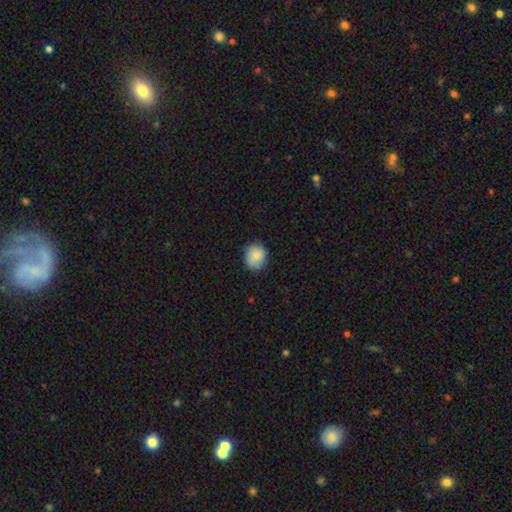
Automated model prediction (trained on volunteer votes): Q: Smooth or featured?
A: smooth (84%); runner-up: star or artifact (8%)
Q: How rounded?
A: round (71%); runner-up: in between (28%)
Q: Merging?
A: none (79%); runner-up: minor disturbance (17%)